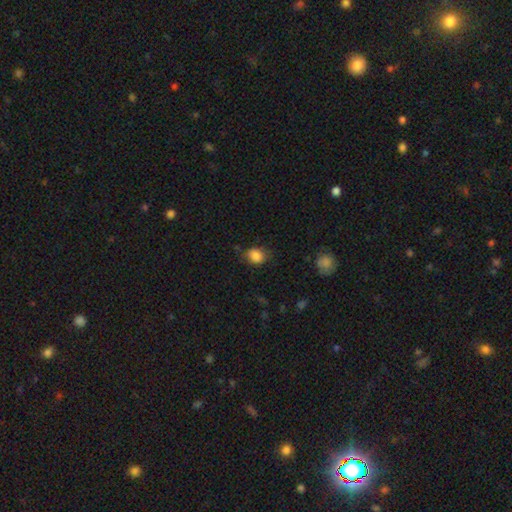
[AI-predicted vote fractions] smooth-or-featured: smooth: 85% | star or artifact: 9% | featured or disk: 6%
  how-rounded: in between: 50% | round: 49% | cigar-shaped: 1%
  merging: none: 68% | minor disturbance: 24% | major disturbance: 6% | merger: 2%